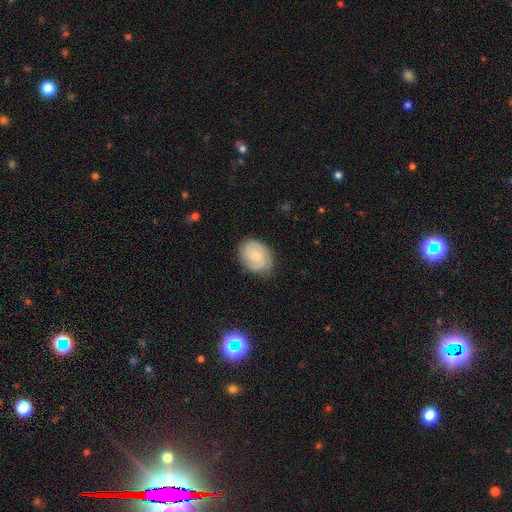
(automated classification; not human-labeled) smooth_or_featured: featured or disk (p=0.58) [alt: smooth p=0.35]
disk_edge_on: no (p=0.97) [alt: yes p=0.03]
bar: no (p=0.69) [alt: weak p=0.28]
has_spiral_arms: yes (p=0.92) [alt: no p=0.08]
spiral_winding: tight (p=0.54) [alt: medium p=0.36]
spiral_arm_count: 2 (p=0.44) [alt: can't tell p=0.24]
bulge_size: small (p=0.73) [alt: moderate p=0.18]
merging: none (p=0.79) [alt: minor disturbance p=0.16]